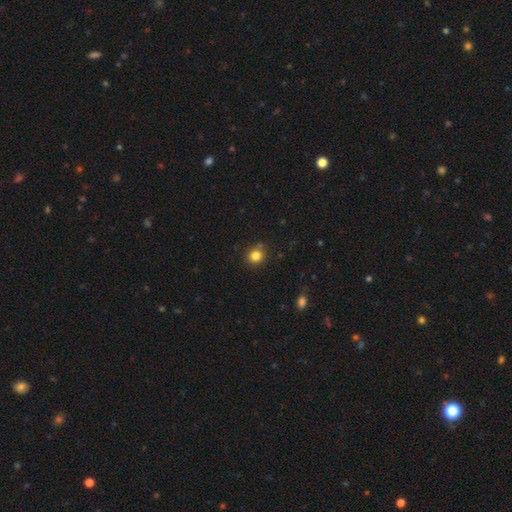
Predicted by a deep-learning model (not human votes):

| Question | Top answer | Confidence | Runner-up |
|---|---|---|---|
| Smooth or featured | smooth | 82% | star or artifact (13%) |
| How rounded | round | 86% | in between (13%) |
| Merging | none | 83% | minor disturbance (10%) |